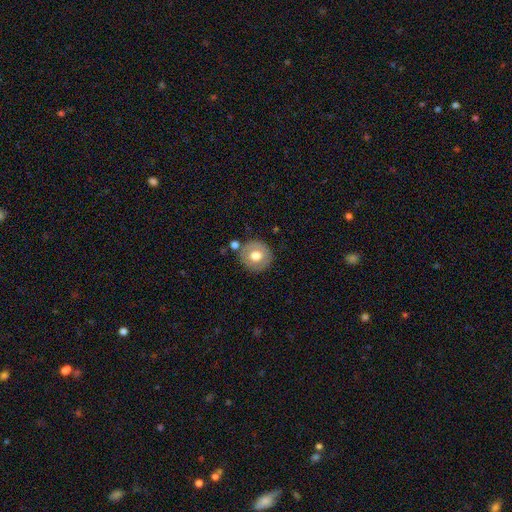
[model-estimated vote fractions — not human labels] This is likely a smooth galaxy (68%). How rounded: clearly round (92%). Merging: clearly none (81%).